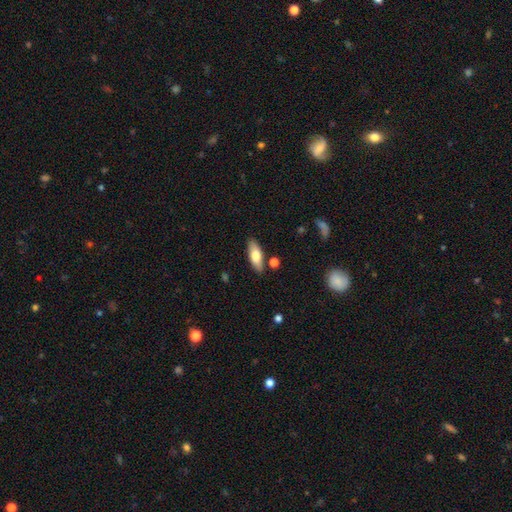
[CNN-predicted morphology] Overall: smooth (73%). How rounded: in between (73%). Merging: none (83%).